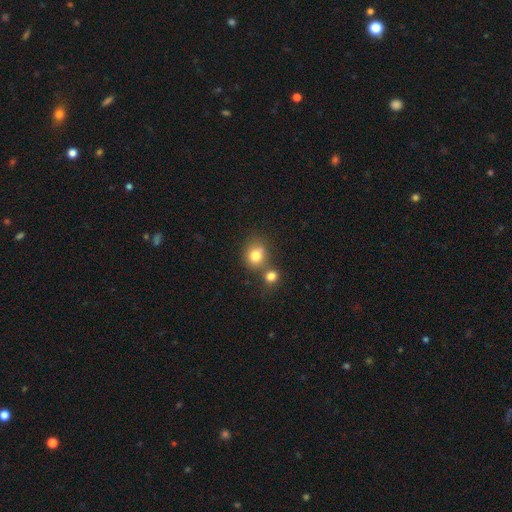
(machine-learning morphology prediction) Smooth or featured: smooth — 79% (star or artifact — 11%)
How rounded: round — 75% (in between — 24%)
Merging: none — 48% (merger — 36%)